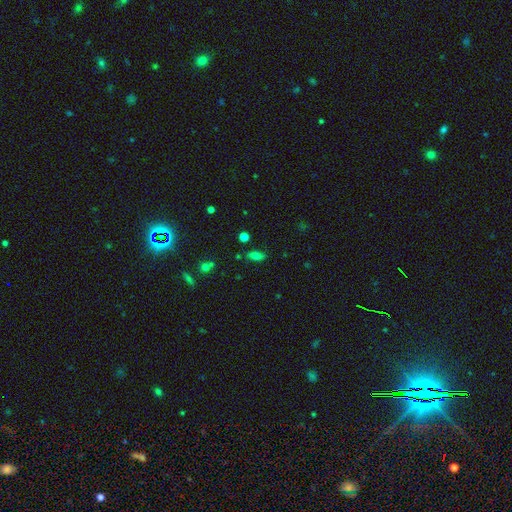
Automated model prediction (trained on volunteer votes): Smooth or featured: smooth — 73% (star or artifact — 16%)
How rounded: in between — 78% (cigar-shaped — 16%)
Merging: none — 77% (minor disturbance — 15%)